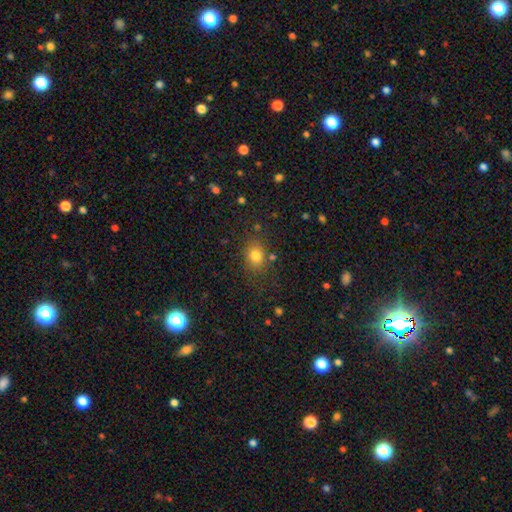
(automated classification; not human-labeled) Q: Smooth or featured?
A: smooth (79%); runner-up: star or artifact (13%)
Q: How rounded?
A: in between (55%); runner-up: round (44%)
Q: Merging?
A: none (77%); runner-up: minor disturbance (14%)